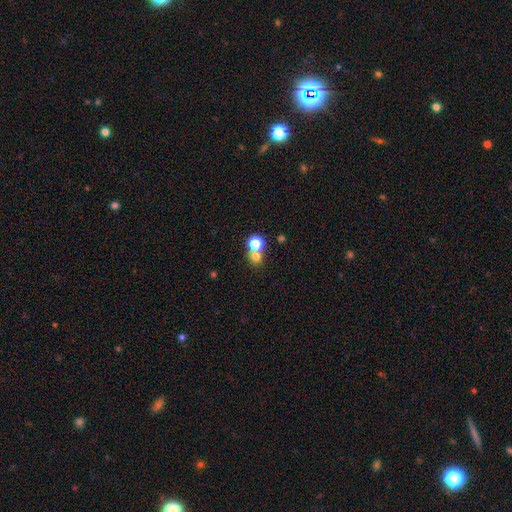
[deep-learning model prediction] A smooth galaxy with no disk features (73%) that is round (81%).

Vote fractions:
- Smooth or featured? smooth: 73% / star or artifact: 18% / featured or disk: 9%
- How rounded? round: 81% / in between: 18% / cigar-shaped: 1%
- Merging? none: 47% / merger: 44% / minor disturbance: 6% / major disturbance: 3%